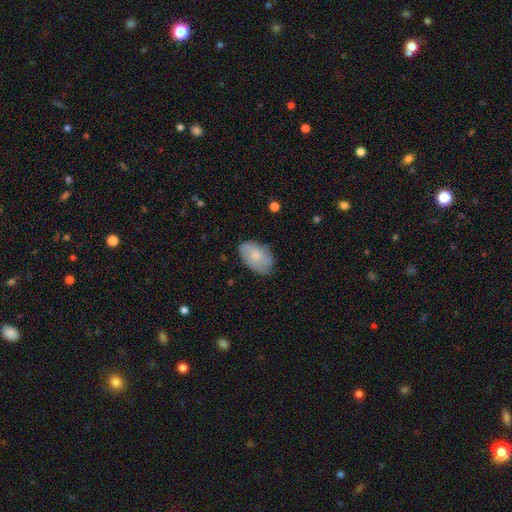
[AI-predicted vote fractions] Smooth or featured? Predicted: smooth (p=0.69). How rounded? Predicted: in between (p=0.91). Merging? Predicted: none (p=0.75).